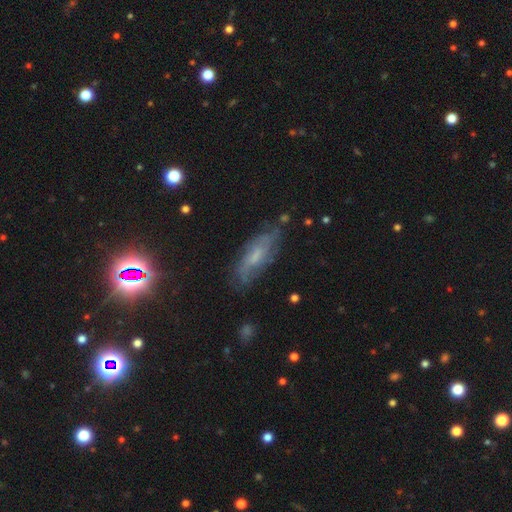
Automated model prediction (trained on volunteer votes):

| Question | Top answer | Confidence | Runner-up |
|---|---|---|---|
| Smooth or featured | featured or disk | 54% | smooth (34%) |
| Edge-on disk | no | 76% | yes (24%) |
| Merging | none | 67% | minor disturbance (23%) |